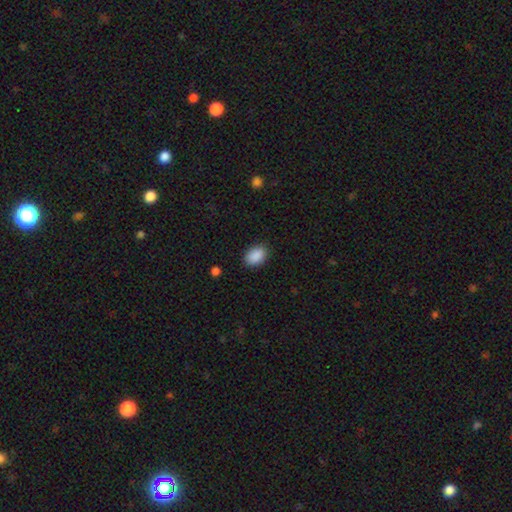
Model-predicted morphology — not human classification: Smooth or featured?
  - smooth: 90% *
  - star or artifact: 7%
  - featured or disk: 3%
How rounded?
  - in between: 83% *
  - round: 16%
  - cigar-shaped: 1%
Merging?
  - none: 86% *
  - minor disturbance: 10%
  - major disturbance: 3%
  - merger: 1%